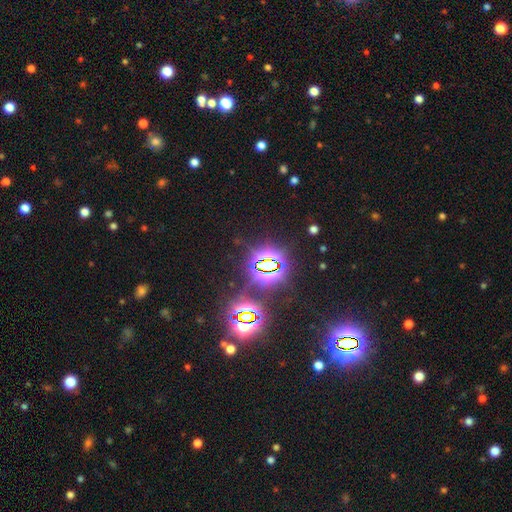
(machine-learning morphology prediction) Overall: star or artifact (79%).